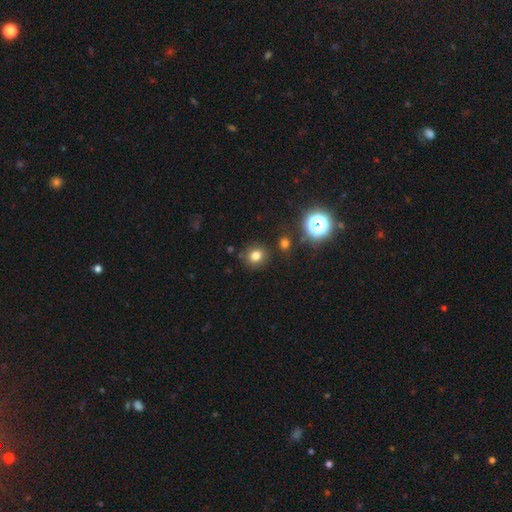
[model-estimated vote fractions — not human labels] This is likely a smooth galaxy (78%). How rounded: clearly round (83%). Merging: clearly none (84%).